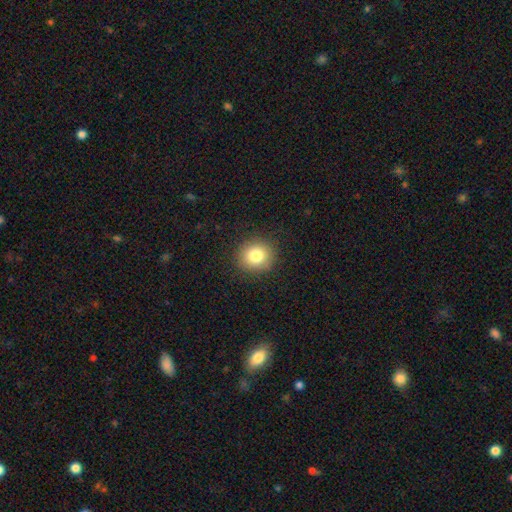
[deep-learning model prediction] A smooth galaxy with no disk features (82%) that is round (84%). Merging: none (89%).